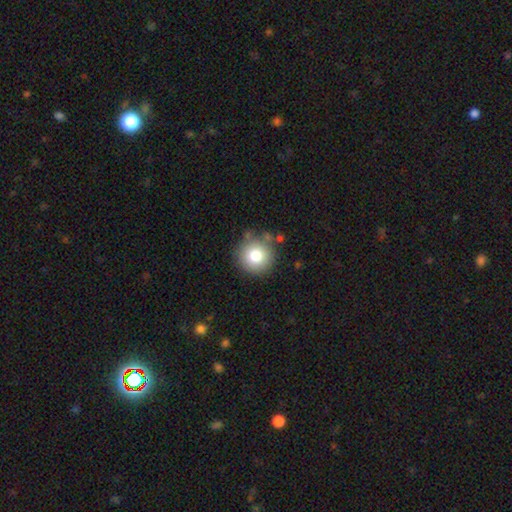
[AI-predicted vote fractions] Smooth or featured: smooth — 80% (featured or disk — 10%)
How rounded: round — 95% (in between — 4%)
Merging: none — 81% (minor disturbance — 11%)